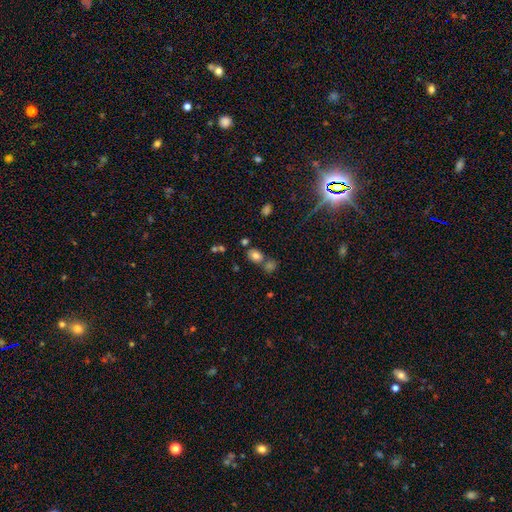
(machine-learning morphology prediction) This is likely a smooth galaxy (75%). How rounded: likely in between (65%). Merging: likely none (63%).